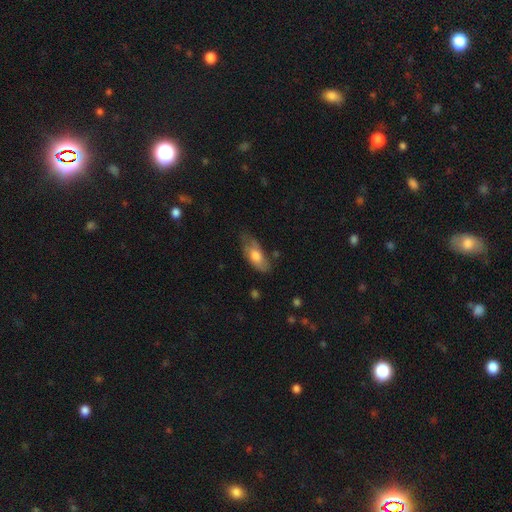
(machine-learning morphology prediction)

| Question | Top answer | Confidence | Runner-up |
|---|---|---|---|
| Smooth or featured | smooth | 66% | featured or disk (28%) |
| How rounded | in between | 84% | cigar-shaped (13%) |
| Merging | none | 50% | minor disturbance (34%) |